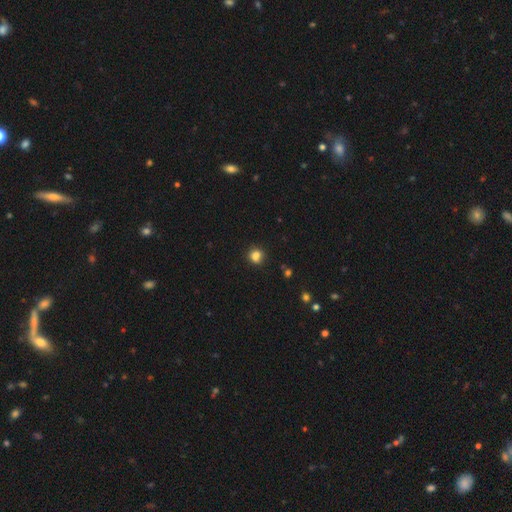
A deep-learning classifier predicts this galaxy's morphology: Smooth or featured? smooth (82%)
How rounded? round (78%)
Merging? none (74%)